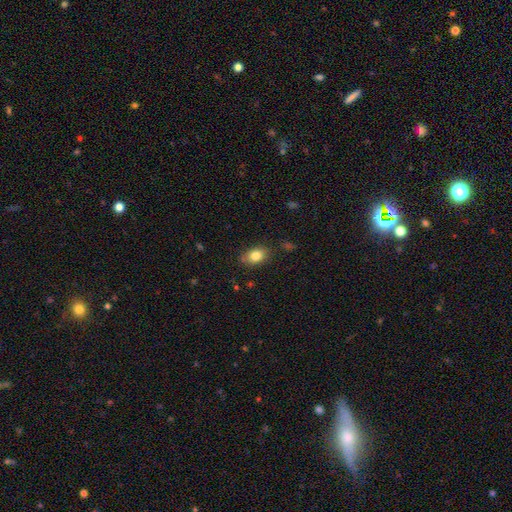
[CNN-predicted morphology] Smooth or featured: smooth — 84% (star or artifact — 9%)
How rounded: in between — 79% (round — 20%)
Merging: none — 79% (minor disturbance — 16%)